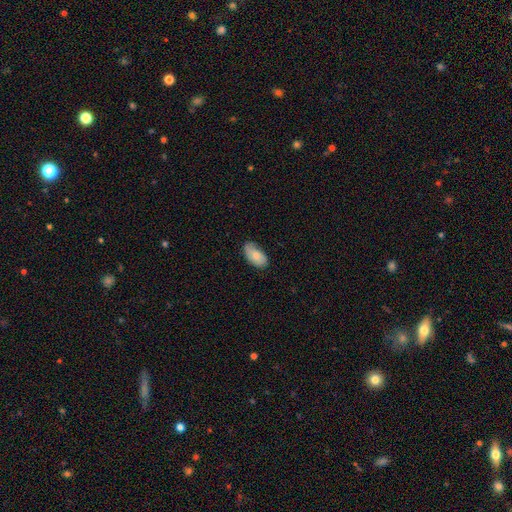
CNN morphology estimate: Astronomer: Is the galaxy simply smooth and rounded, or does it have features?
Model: smooth — 76%.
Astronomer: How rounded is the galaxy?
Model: in between — 94%.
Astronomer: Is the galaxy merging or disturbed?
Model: none — 68%.